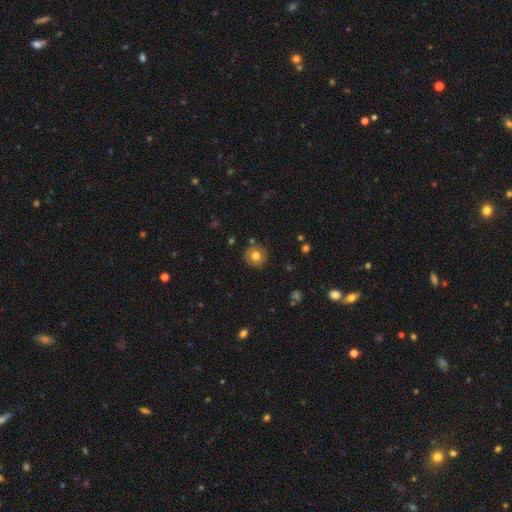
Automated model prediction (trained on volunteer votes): Smooth or featured? Predicted: smooth (p=0.75). How rounded? Predicted: round (p=0.94). Merging? Predicted: none (p=0.88).